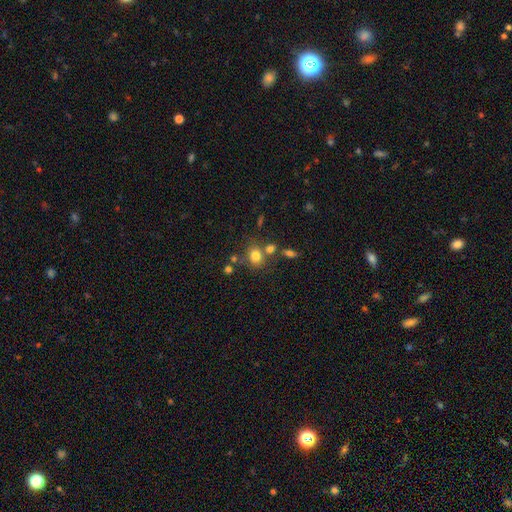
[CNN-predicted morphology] A smooth galaxy with no disk features (77%) that is round (64%). Merging: none (64%).